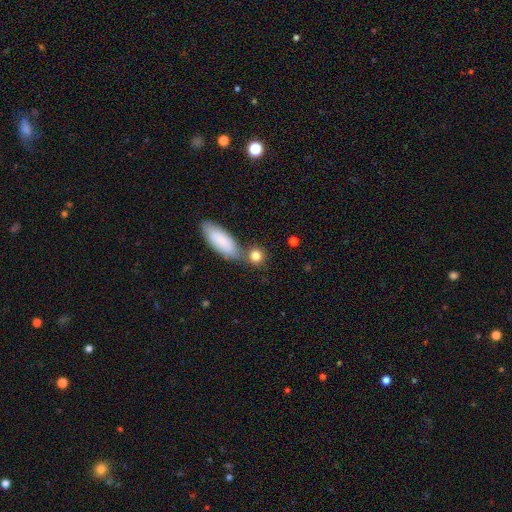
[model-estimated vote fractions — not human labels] Smooth or featured? Predicted: smooth (p=0.84). How rounded? Predicted: round (p=0.71). Merging? Predicted: none (p=0.64).